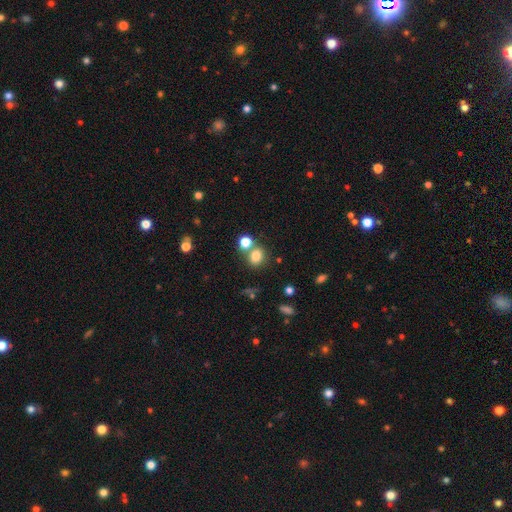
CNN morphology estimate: smooth-or-featured: smooth: 79% | star or artifact: 14% | featured or disk: 8%
  how-rounded: round: 61% | in between: 38% | cigar-shaped: 1%
  merging: none: 60% | merger: 25% | minor disturbance: 11% | major disturbance: 4%